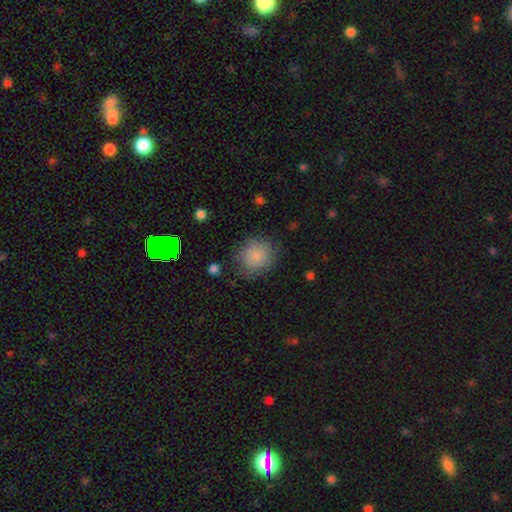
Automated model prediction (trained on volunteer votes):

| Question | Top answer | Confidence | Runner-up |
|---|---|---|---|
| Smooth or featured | smooth | 83% | featured or disk (9%) |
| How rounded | round | 84% | in between (15%) |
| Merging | none | 72% | minor disturbance (19%) |